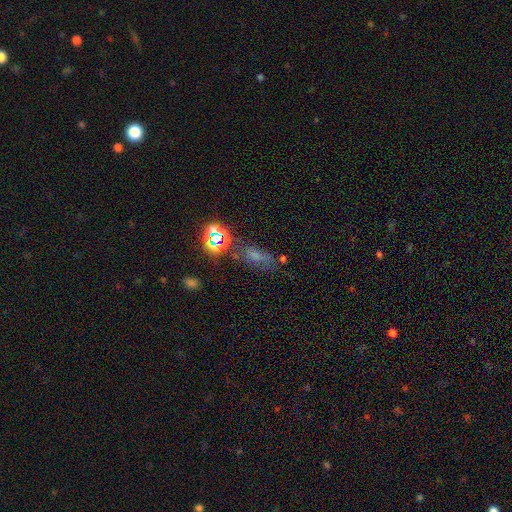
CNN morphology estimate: smooth 51%, star or artifact 33%, featured or disk 16%. Down the decision tree: how rounded — in between (64%); merging — none (53%).